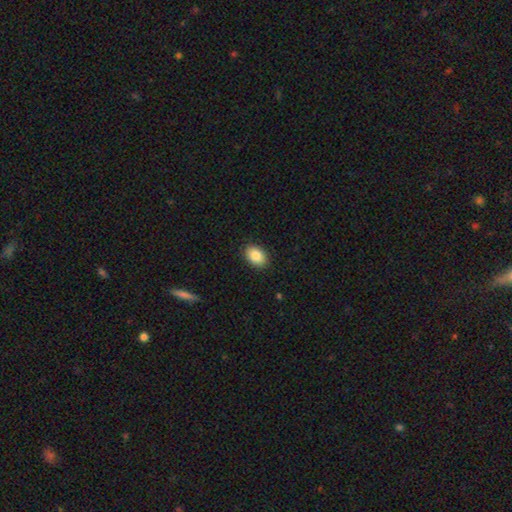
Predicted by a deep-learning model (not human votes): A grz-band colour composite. It shows a smooth galaxy with no disk features (87%) that is in between round and cigar-shaped (80%). Merging: none (89%).